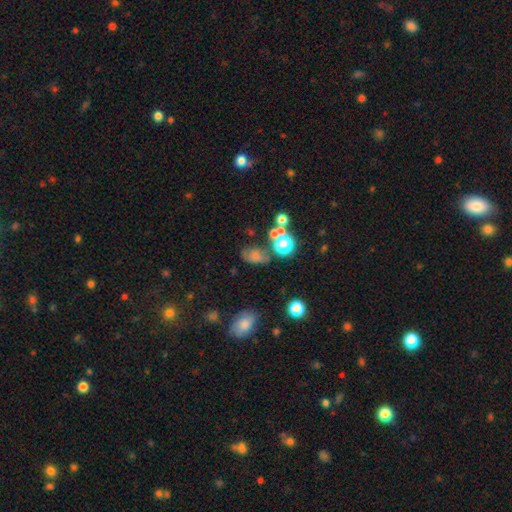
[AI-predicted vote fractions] smooth-or-featured: smooth: 62% | star or artifact: 22% | featured or disk: 16%
  how-rounded: in between: 70% | round: 27% | cigar-shaped: 3%
  merging: none: 47% | minor disturbance: 22% | merger: 17% | major disturbance: 14%